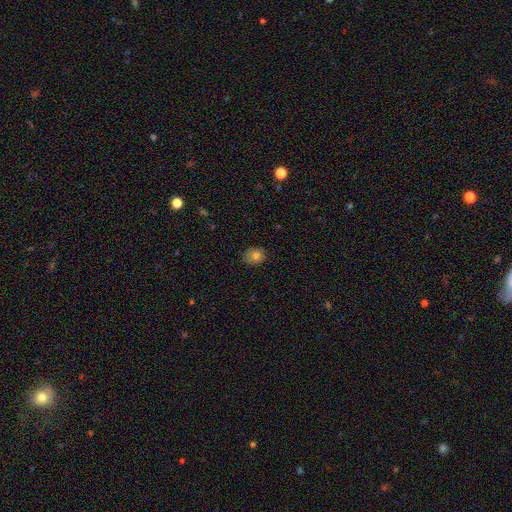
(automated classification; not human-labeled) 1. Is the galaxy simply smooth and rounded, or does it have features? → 79% smooth, 12% star or artifact, 10% featured or disk.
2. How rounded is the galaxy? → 67% round, 32% in between, 1% cigar-shaped.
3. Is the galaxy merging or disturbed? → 76% none, 19% minor disturbance, 4% major disturbance, 1% merger.